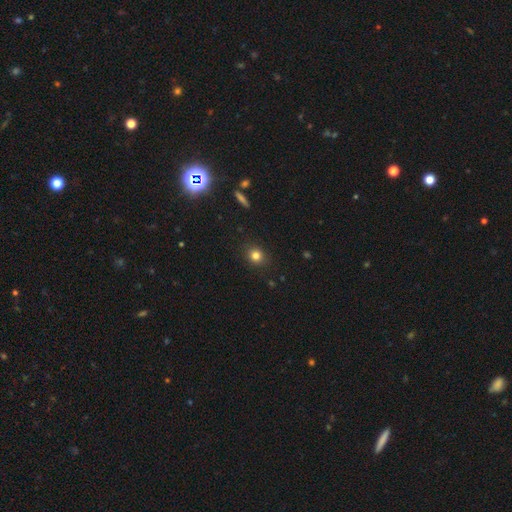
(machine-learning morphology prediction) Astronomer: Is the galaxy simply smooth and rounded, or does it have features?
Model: smooth — 81%.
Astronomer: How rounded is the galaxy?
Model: round — 77%.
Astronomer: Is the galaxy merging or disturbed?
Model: none — 88%.